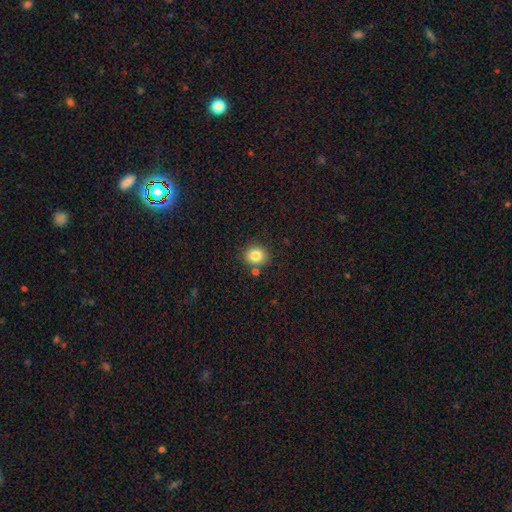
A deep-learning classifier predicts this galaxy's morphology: This is clearly a smooth galaxy (83%). How rounded: likely round (80%). Merging: clearly none (82%).